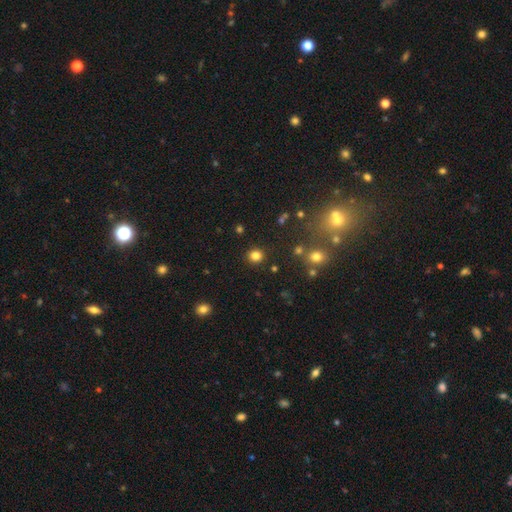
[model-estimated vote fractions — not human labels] A smooth galaxy with no disk features (82%) that is round (87%). Merging: none (90%).